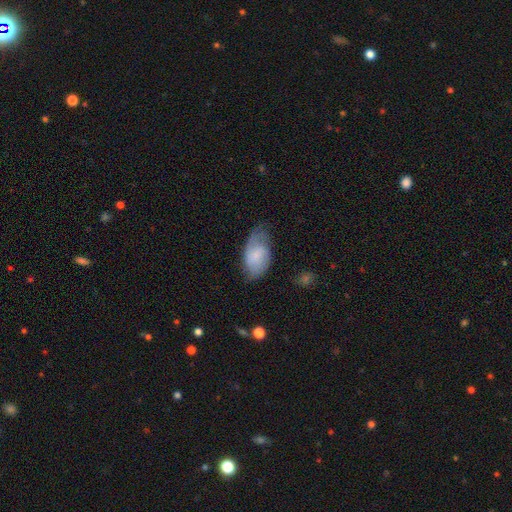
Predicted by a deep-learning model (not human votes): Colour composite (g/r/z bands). It shows a smooth galaxy with no disk features (57%) that is in between round and cigar-shaped (93%). Merging: none (54%).